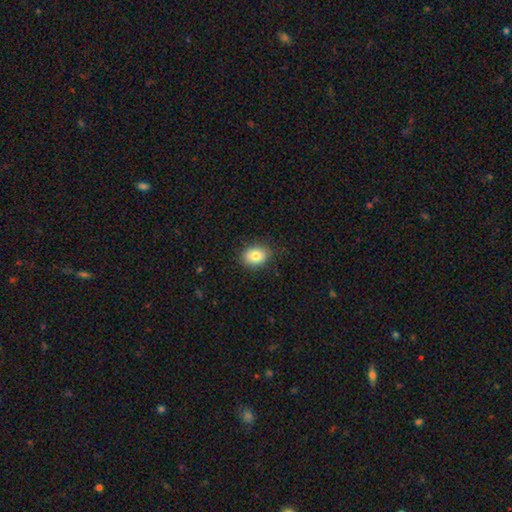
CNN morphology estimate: smooth-or-featured: smooth: 82% | featured or disk: 10% | star or artifact: 8%
  how-rounded: in between: 62% | round: 37% | cigar-shaped: 1%
  merging: none: 84% | minor disturbance: 12% | major disturbance: 3% | merger: 1%